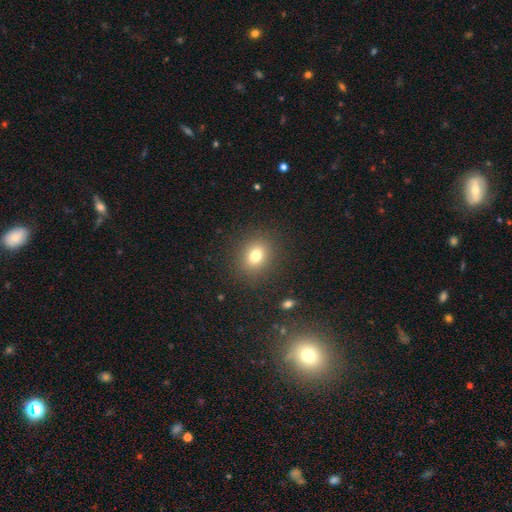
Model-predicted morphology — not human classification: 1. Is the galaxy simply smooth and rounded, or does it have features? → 77% smooth, 13% star or artifact, 9% featured or disk.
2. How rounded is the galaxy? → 64% round, 35% in between, 1% cigar-shaped.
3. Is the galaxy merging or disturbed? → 88% none, 7% minor disturbance, 3% major disturbance, 1% merger.